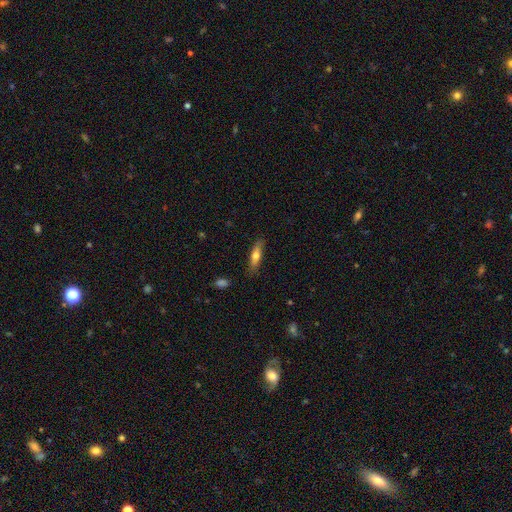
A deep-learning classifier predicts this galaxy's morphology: Smooth or featured: smooth — 59% (featured or disk — 34%)
How rounded: cigar-shaped — 70% (in between — 28%)
Merging: none — 83% (minor disturbance — 13%)